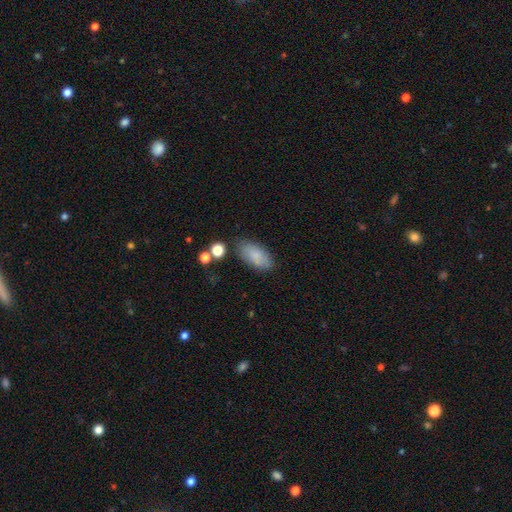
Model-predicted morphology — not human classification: smooth_or_featured: smooth (p=0.83) [alt: featured or disk p=0.10]
how_rounded: in between (p=0.91) [alt: cigar-shaped p=0.06]
merging: none (p=0.76) [alt: minor disturbance p=0.15]